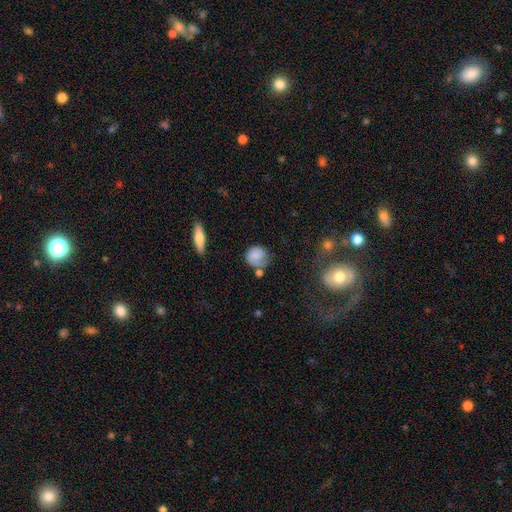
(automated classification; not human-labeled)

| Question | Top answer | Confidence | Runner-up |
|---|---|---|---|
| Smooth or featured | smooth | 73% | featured or disk (19%) |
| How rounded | round | 74% | in between (25%) |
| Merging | none | 53% | minor disturbance (28%) |